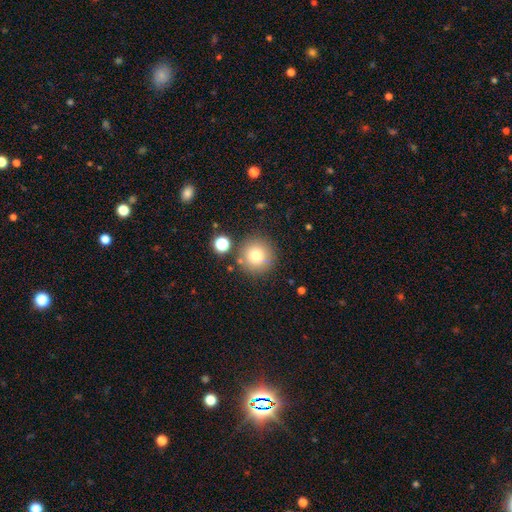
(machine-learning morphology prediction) Smooth or featured? Predicted: smooth (p=0.78). How rounded? Predicted: round (p=0.95). Merging? Predicted: none (p=0.82).